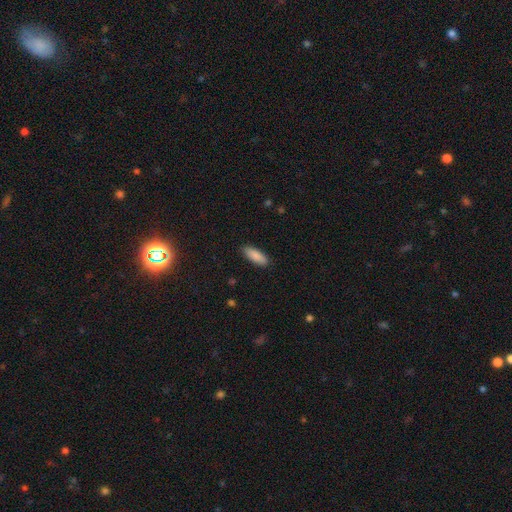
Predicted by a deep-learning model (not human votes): smooth-or-featured: smooth: 87% | featured or disk: 7% | star or artifact: 6%
  how-rounded: in between: 64% | cigar-shaped: 34% | round: 2%
  merging: none: 89% | minor disturbance: 8% | major disturbance: 2% | merger: 1%